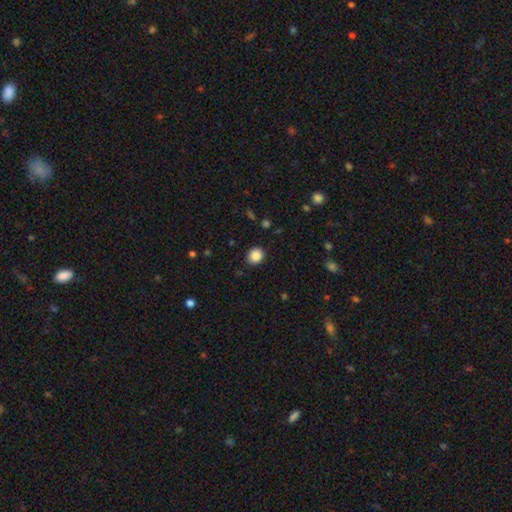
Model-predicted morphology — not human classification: Q: Smooth or featured?
A: smooth (87%); runner-up: star or artifact (9%)
Q: How rounded?
A: round (66%); runner-up: in between (33%)
Q: Merging?
A: none (88%); runner-up: minor disturbance (8%)